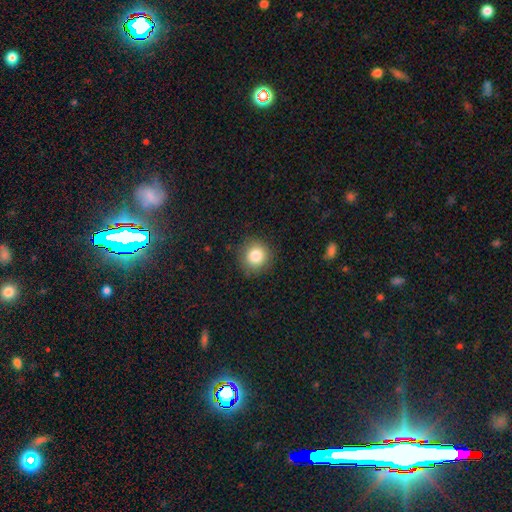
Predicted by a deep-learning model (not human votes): The model was most divided on "smooth or featured": smooth: 83%, star or artifact: 10%, featured or disk: 7%. More confident: how rounded — round (92%); merging — none (88%).